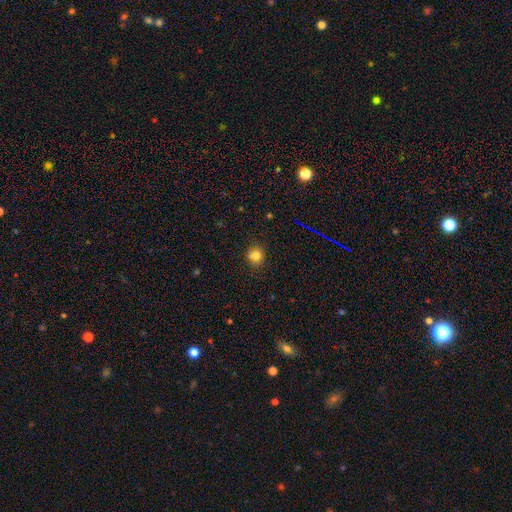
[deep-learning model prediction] Morphology: type=smooth (77%); roundness=round (83%); merging=none (76%).